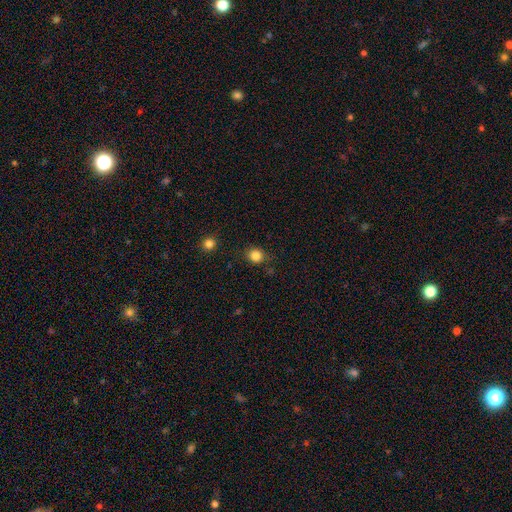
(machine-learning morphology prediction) A smooth galaxy with no disk features (84%) that is round (84%). Merging: none (83%).